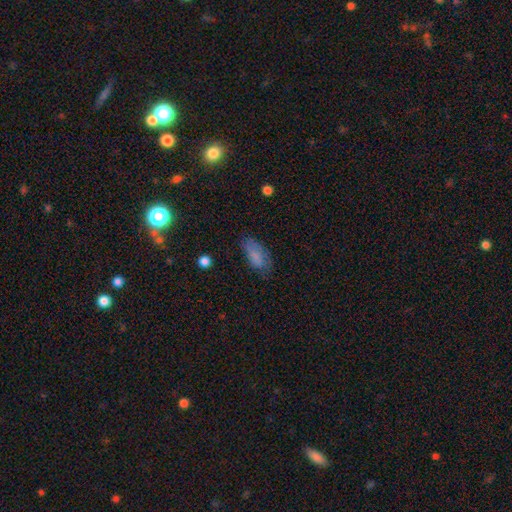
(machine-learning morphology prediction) Smooth or featured: smooth — 73% (featured or disk — 18%)
How rounded: in between — 88% (cigar-shaped — 9%)
Merging: none — 63% (minor disturbance — 26%)